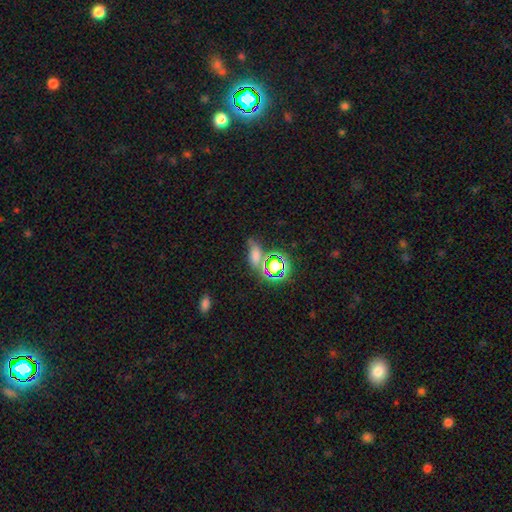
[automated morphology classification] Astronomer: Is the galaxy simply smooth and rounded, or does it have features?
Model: smooth — 53% (runner-up: star or artifact, 35%).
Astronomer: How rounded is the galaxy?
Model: in between — 71%.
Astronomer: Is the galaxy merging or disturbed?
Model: none — 53%.